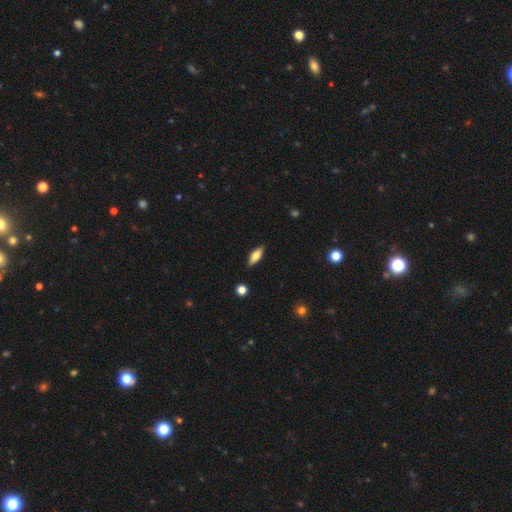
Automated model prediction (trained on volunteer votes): Morphology: type=smooth (61%); roundness=in between (67%); merging=none (87%).